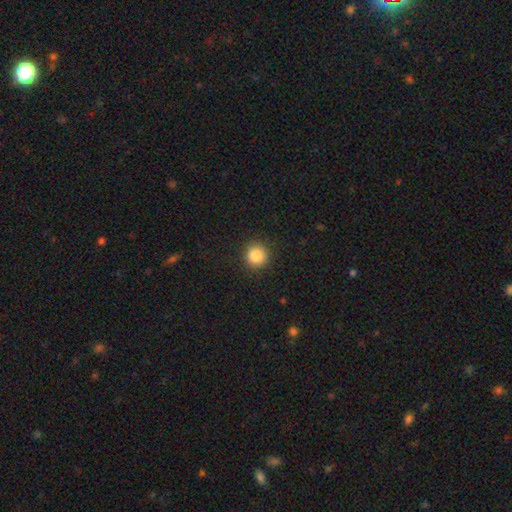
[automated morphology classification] The model was most divided on "smooth or featured": smooth: 87%, star or artifact: 10%, featured or disk: 3%. More confident: how rounded — round (93%); merging — none (91%).